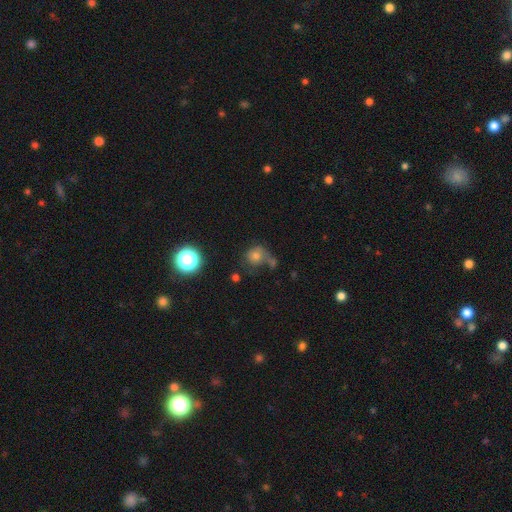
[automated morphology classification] smooth_or_featured: smooth (p=0.69) [alt: star or artifact p=0.18]
how_rounded: round (p=0.78) [alt: in between p=0.21]
merging: none (p=0.46) [alt: merger p=0.22]